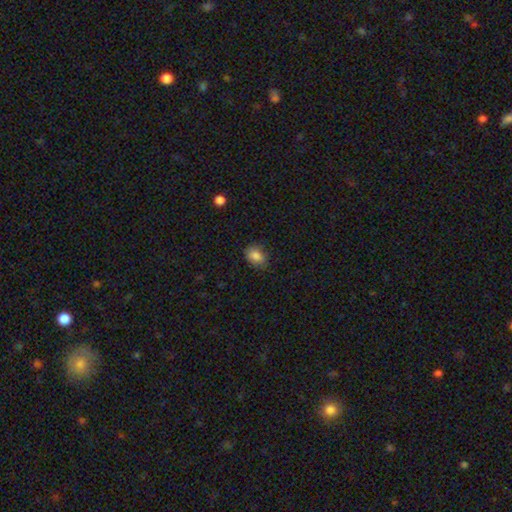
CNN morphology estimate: A smooth galaxy with no disk features (85%) that is in between round and cigar-shaped (72%).

Vote fractions:
- Smooth or featured? smooth: 85% / star or artifact: 9% / featured or disk: 6%
- How rounded? in between: 72% / round: 26% / cigar-shaped: 1%
- Merging? none: 79% / minor disturbance: 16% / major disturbance: 3% / merger: 1%